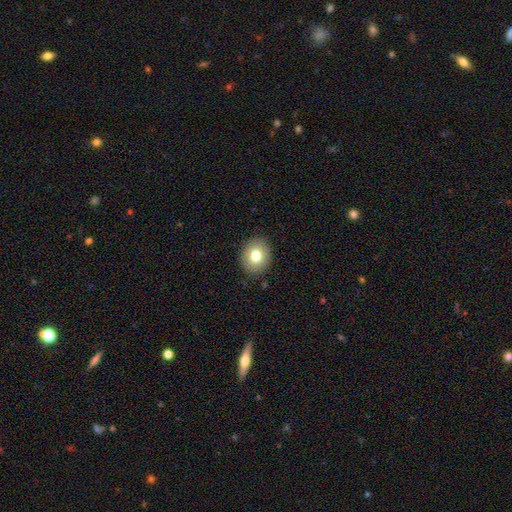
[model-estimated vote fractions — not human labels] smooth 77%, featured or disk 13%, star or artifact 10%. Down the decision tree: how rounded — round (61%); merging — none (88%).